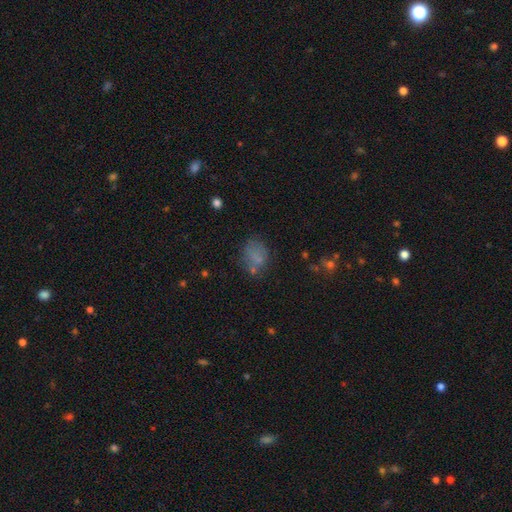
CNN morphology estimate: The model was most divided on "how rounded": in between: 58%, round: 40%, cigar-shaped: 2%. More confident: smooth or featured — smooth (65%); merging — none (56%).